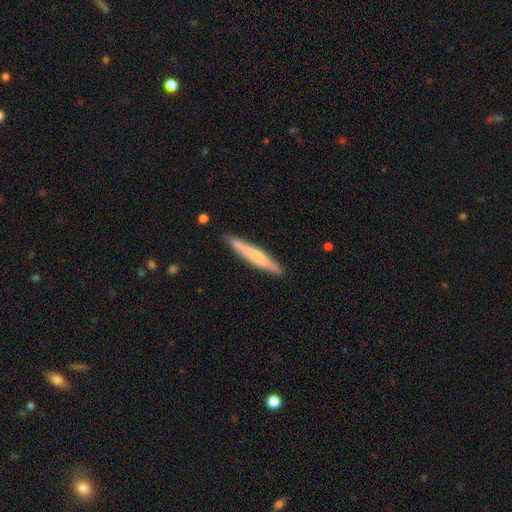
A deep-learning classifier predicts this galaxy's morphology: type=smooth (53%); roundness=cigar-shaped (94%); merging=none (88%).